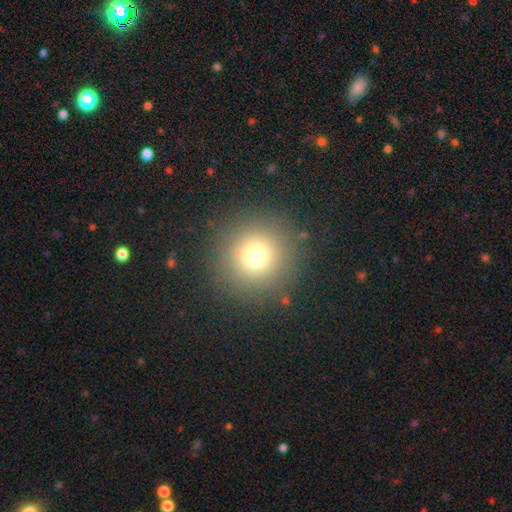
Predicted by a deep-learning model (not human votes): Smooth or featured: smooth — 72% (star or artifact — 18%)
How rounded: round — 96% (in between — 3%)
Merging: none — 88% (minor disturbance — 6%)